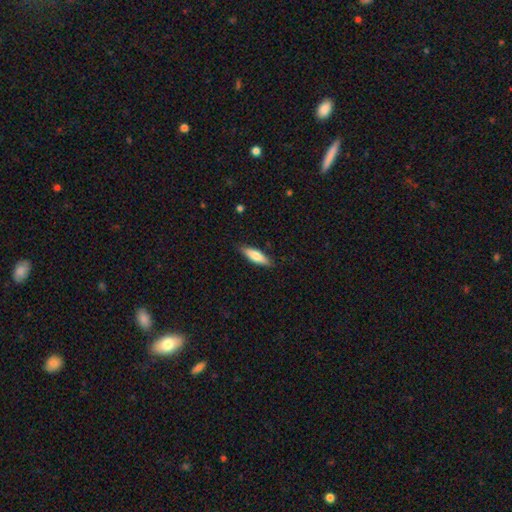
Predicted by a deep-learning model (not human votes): The model was most divided on "how rounded": cigar-shaped: 57%, in between: 41%, round: 2%. More confident: merging — none (86%); smooth or featured — smooth (74%).